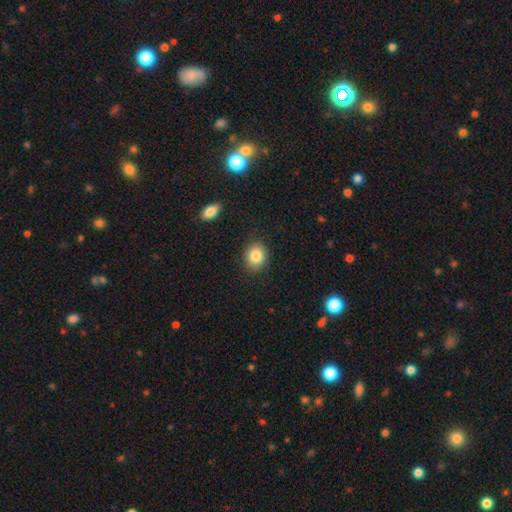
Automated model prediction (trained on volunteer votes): smooth 84%, star or artifact 9%, featured or disk 7%. Down the decision tree: how rounded — round (59%); merging — none (87%).